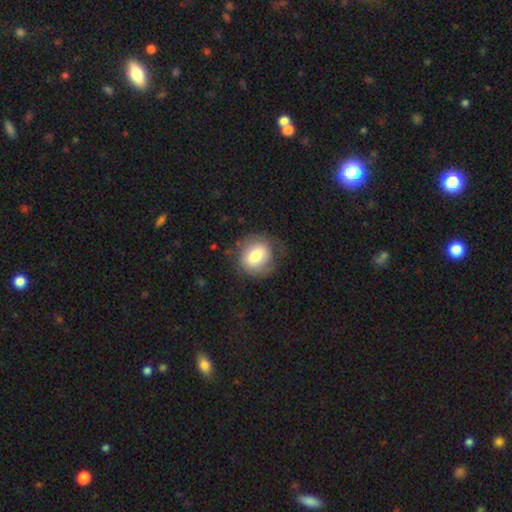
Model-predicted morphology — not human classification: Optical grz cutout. It shows a smooth galaxy with no disk features (70%) that is round (71%). Merging: none (69%).